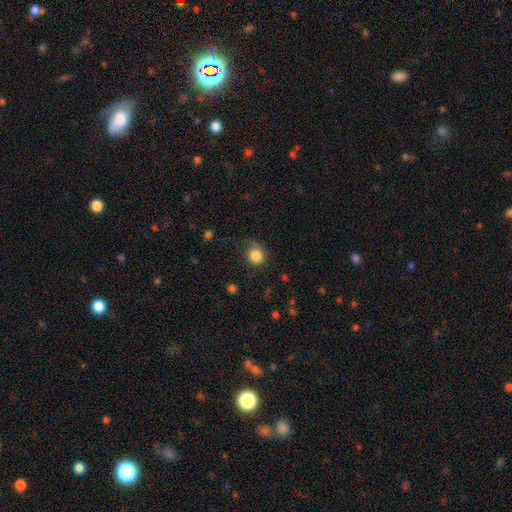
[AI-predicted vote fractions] This is clearly a smooth galaxy (84%). How rounded: clearly round (86%). Merging: likely none (71%).